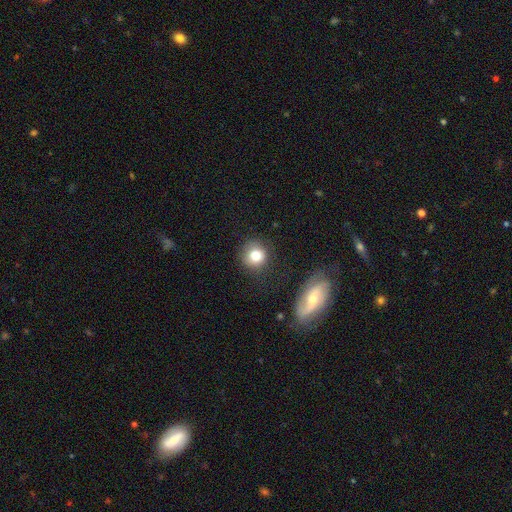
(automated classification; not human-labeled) Smooth or featured? smooth (78%)
How rounded? round (89%)
Merging? none (78%)